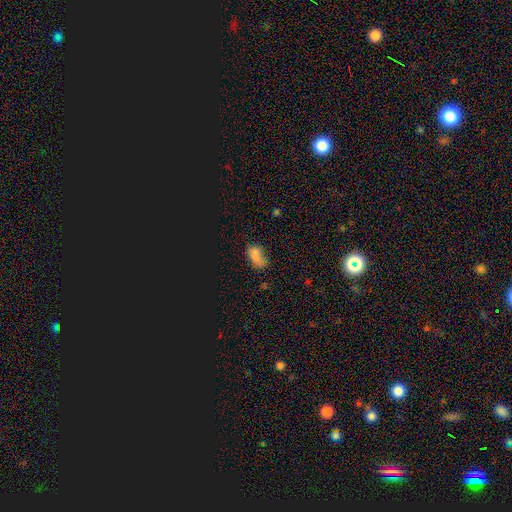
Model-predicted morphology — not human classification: This is likely a smooth galaxy (76%). How rounded: clearly in between (90%). Merging: possibly none (51%).